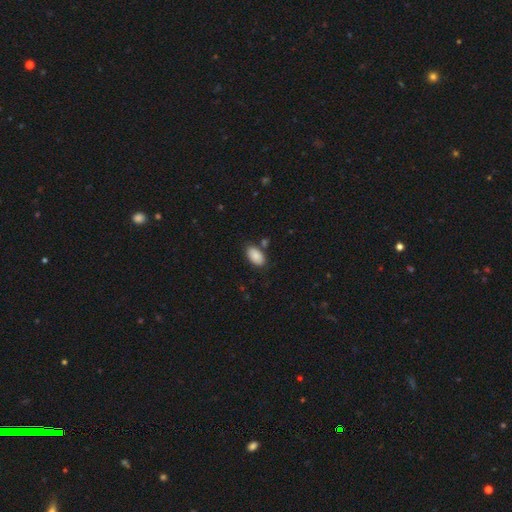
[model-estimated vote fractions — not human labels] Smooth or featured? Predicted: smooth (p=0.87). How rounded? Predicted: in between (p=0.94). Merging? Predicted: none (p=0.76).